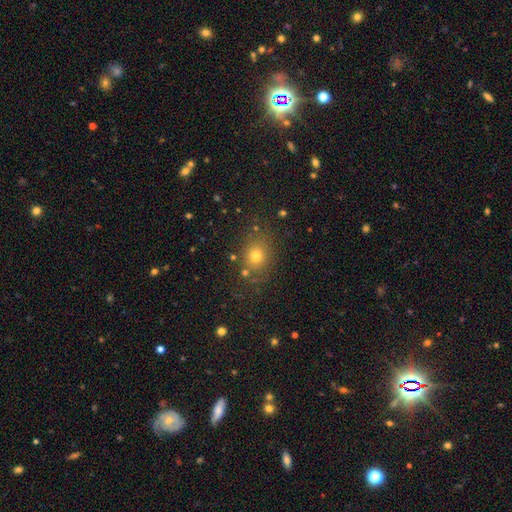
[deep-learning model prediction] smooth_or_featured: smooth (p=0.71) [alt: star or artifact p=0.19]
how_rounded: round (p=0.59) [alt: in between p=0.39]
merging: none (p=0.79) [alt: minor disturbance p=0.12]